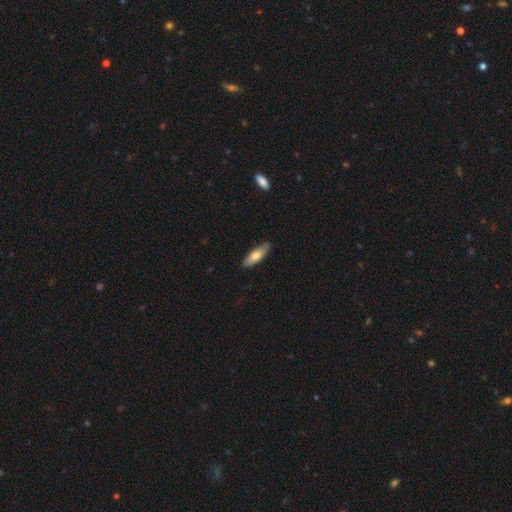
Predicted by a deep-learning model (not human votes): This is likely a smooth galaxy (71%). How rounded: possibly cigar-shaped (52%). Merging: clearly none (86%).